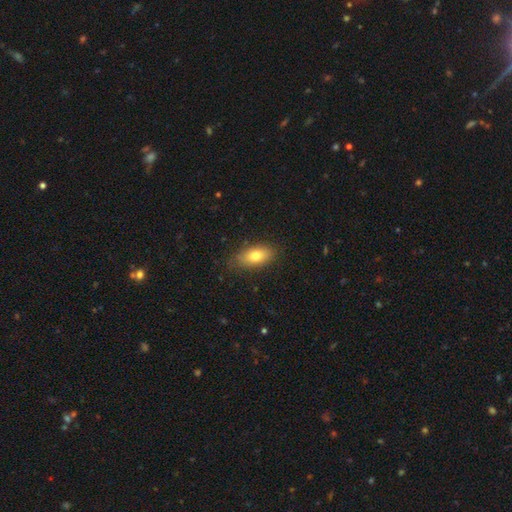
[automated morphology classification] smooth 78%, featured or disk 15%, star or artifact 7%. Down the decision tree: how rounded — in between (87%); merging — none (81%).